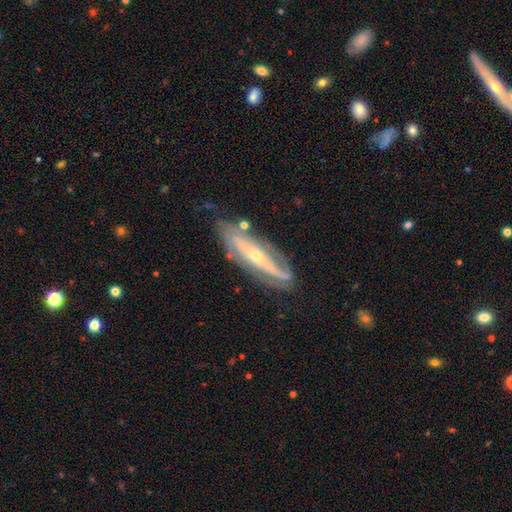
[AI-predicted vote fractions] Smooth or featured?
  - featured or disk: 80% *
  - smooth: 15%
  - star or artifact: 6%
Edge-on disk?
  - no: 76% *
  - yes: 24%
Bar?
  - no: 57% *
  - weak: 22%
  - strong: 21%
Spiral arms?
  - yes: 82% *
  - no: 18%
Bulge size?
  - small: 62% *
  - moderate: 35%
  - large: 2%
  - none: 1%
  - dominant: 1%
Merging?
  - none: 65% *
  - minor disturbance: 22%
  - major disturbance: 9%
  - merger: 3%